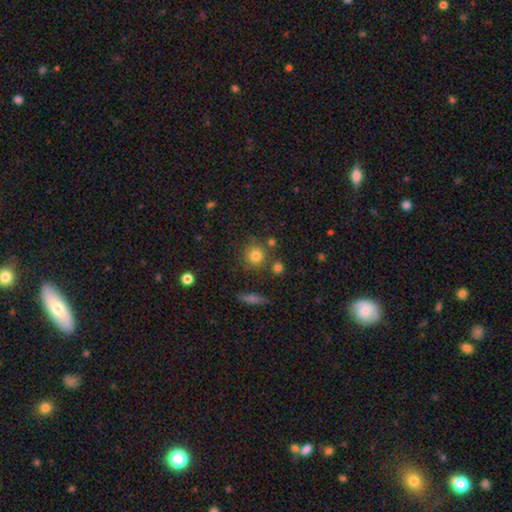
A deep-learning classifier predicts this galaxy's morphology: A smooth galaxy with no disk features (79%) that is round (89%). Merging: none (75%).